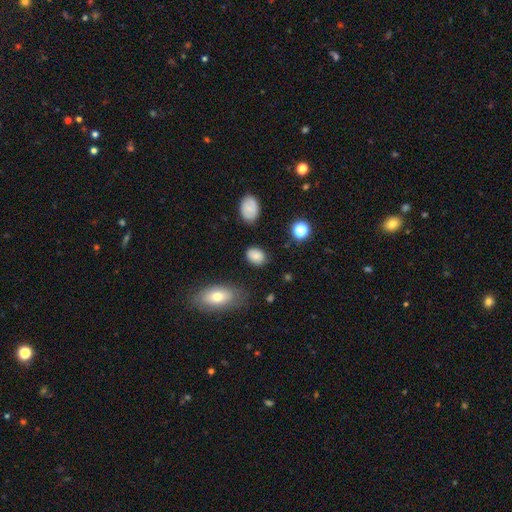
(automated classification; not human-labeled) Overall: smooth (79%). How rounded: in between (72%). Merging: none (80%).